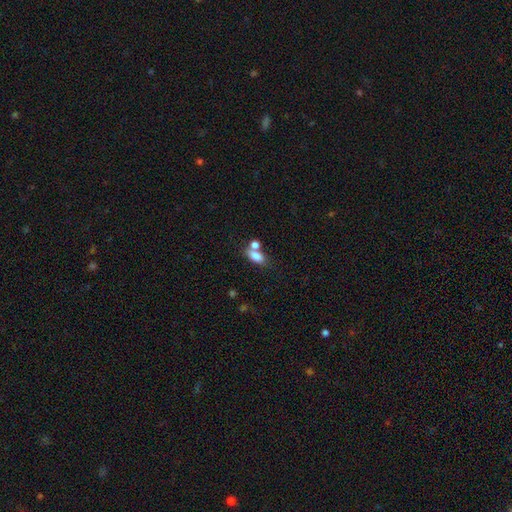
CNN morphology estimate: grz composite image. It shows a smooth galaxy with no disk features (80%) that is in between round and cigar-shaped (81%). Merging: none (43%).